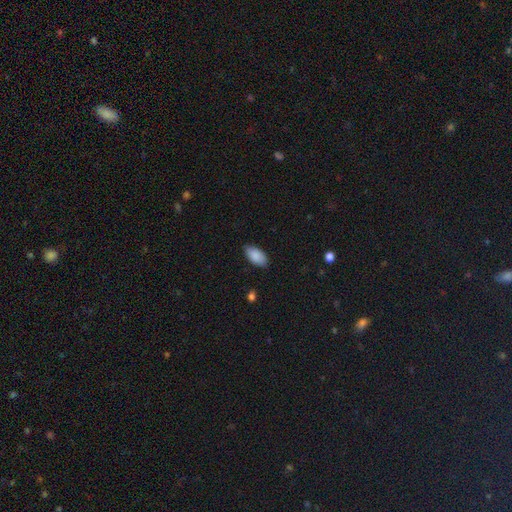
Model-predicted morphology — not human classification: smooth 89%, star or artifact 6%, featured or disk 5%. Down the decision tree: how rounded — in between (95%); merging — none (85%).